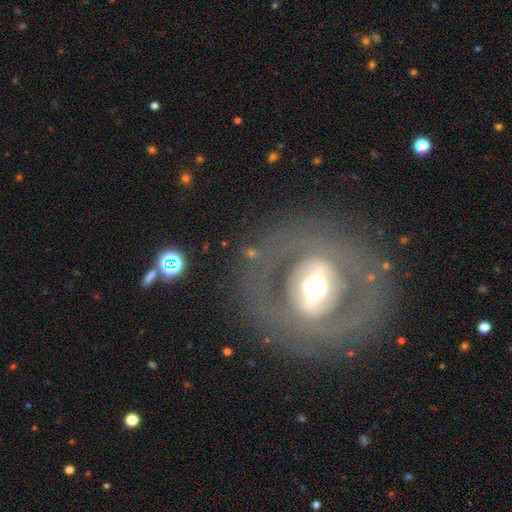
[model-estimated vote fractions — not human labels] A featured or disk galaxy (69%) with no bar (36%), no spiral arms (70%) and a moderate central bulge (54%).

Vote fractions:
- Smooth or featured? featured or disk: 69% / smooth: 23% / star or artifact: 8%
- Edge-on disk? no: 92% / yes: 8%
- Bar? no: 36% / strong: 33% / weak: 30%
- Spiral arms? no: 70% / yes: 30%
- Bulge size? moderate: 54% / large: 30% / small: 9% / dominant: 5% / none: 1%
- Merging? none: 79% / minor disturbance: 11% / major disturbance: 8% / merger: 2%